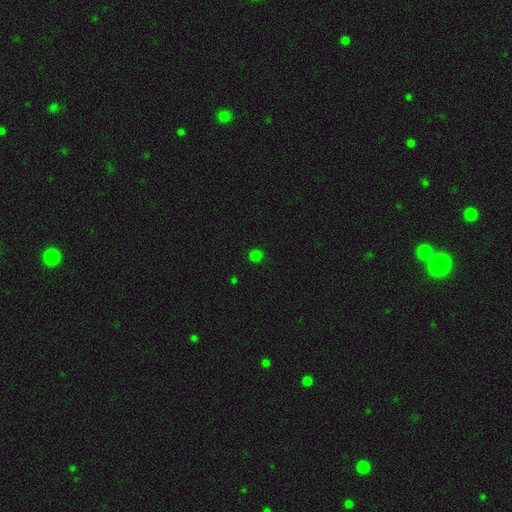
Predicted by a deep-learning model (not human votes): A smooth galaxy with no disk features (78%) that is round (93%).

Vote fractions:
- Smooth or featured? smooth: 78% / star or artifact: 19% / featured or disk: 3%
- How rounded? round: 93% / in between: 6% / cigar-shaped: 1%
- Merging? none: 91% / minor disturbance: 5% / major disturbance: 2% / merger: 1%